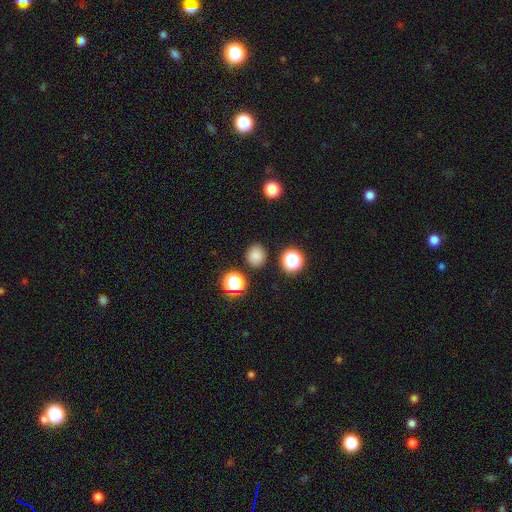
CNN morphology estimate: This appears to be a smooth galaxy with no disk features (80%) that is round (80%). Merging: none (87%).